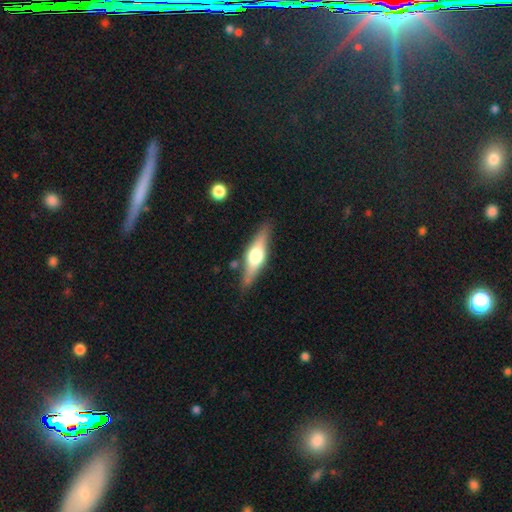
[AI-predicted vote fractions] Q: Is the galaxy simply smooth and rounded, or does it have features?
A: featured or disk — 64%.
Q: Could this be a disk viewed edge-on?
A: yes — 94%.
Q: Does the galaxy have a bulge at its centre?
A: rounded — 92%.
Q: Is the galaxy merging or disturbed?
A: none — 82%.